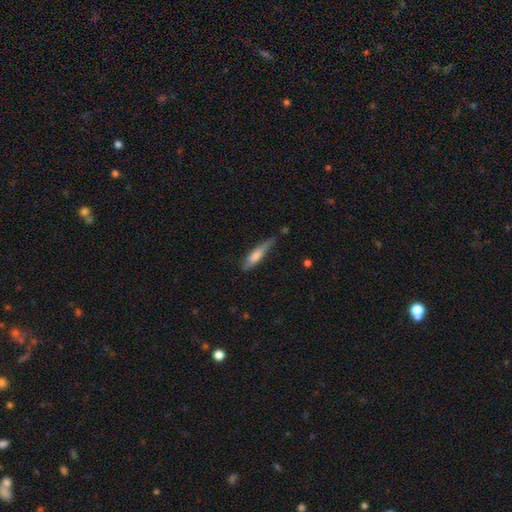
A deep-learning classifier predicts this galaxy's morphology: A smooth galaxy with no disk features (63%) that is cigar-shaped (81%).

Vote fractions:
- Smooth or featured? smooth: 63% / featured or disk: 31% / star or artifact: 6%
- How rounded? cigar-shaped: 81% / in between: 17% / round: 2%
- Merging? none: 57% / minor disturbance: 32% / major disturbance: 8% / merger: 3%